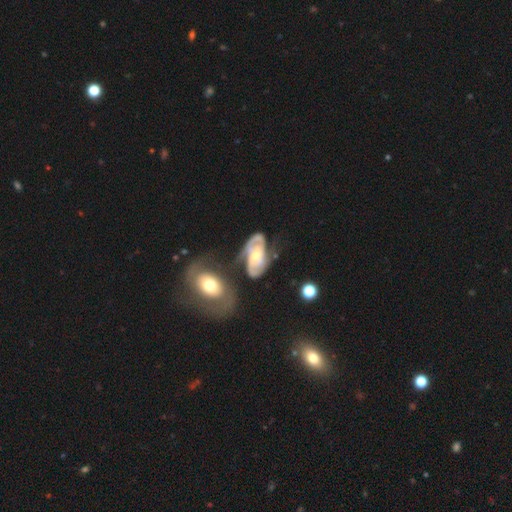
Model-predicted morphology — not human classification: type=featured or disk (80%); edge-on=no (96%); bar=no (61%); spiral arms=yes (86%); winding=tight (46%); arm count=2 (60%); bulge=moderate (50%); merging=none (41%).